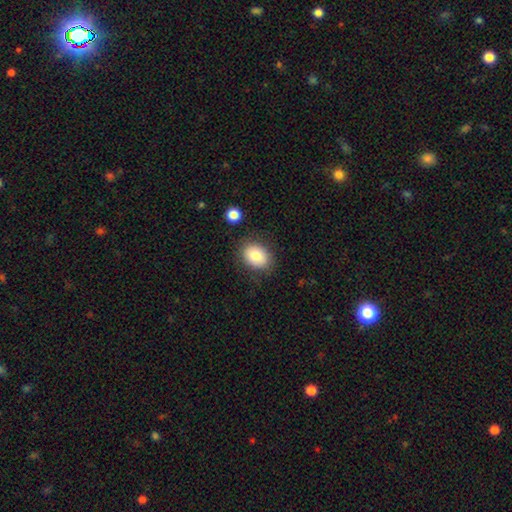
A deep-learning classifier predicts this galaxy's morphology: Overall: smooth (82%). How rounded: in between (63%; round 36%). Merging: none (81%).